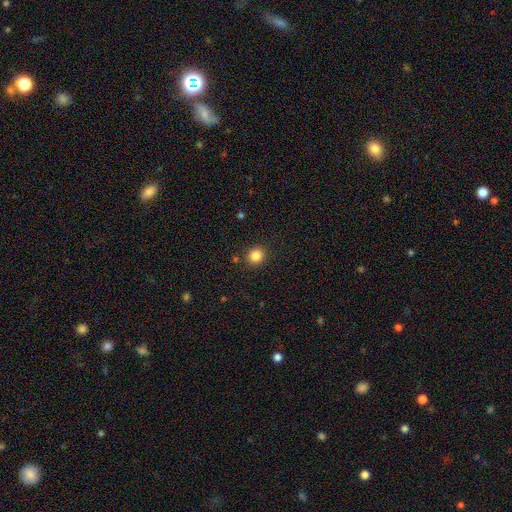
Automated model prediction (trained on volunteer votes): This appears to be a smooth galaxy with no disk features (85%) that is round (86%). Merging: none (89%).